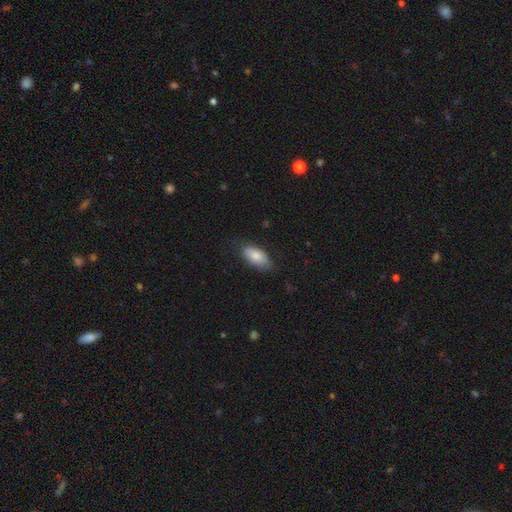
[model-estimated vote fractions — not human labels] Smooth or featured?
  - smooth: 83% *
  - featured or disk: 11%
  - star or artifact: 6%
How rounded?
  - in between: 91% *
  - cigar-shaped: 6%
  - round: 3%
Merging?
  - none: 74% *
  - minor disturbance: 20%
  - major disturbance: 4%
  - merger: 1%